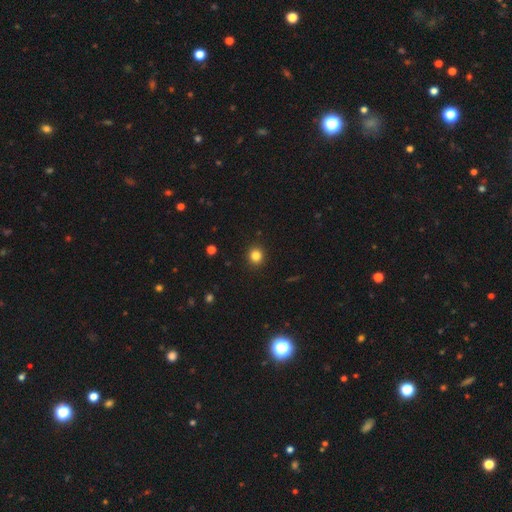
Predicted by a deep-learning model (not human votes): Overall: smooth (83%). How rounded: round (88%). Merging: none (92%).